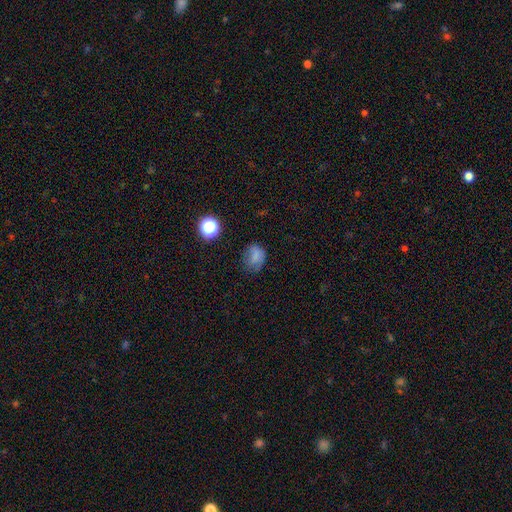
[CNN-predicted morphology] A smooth galaxy with no disk features (70%) that is round (53%). Merging: none (55%).